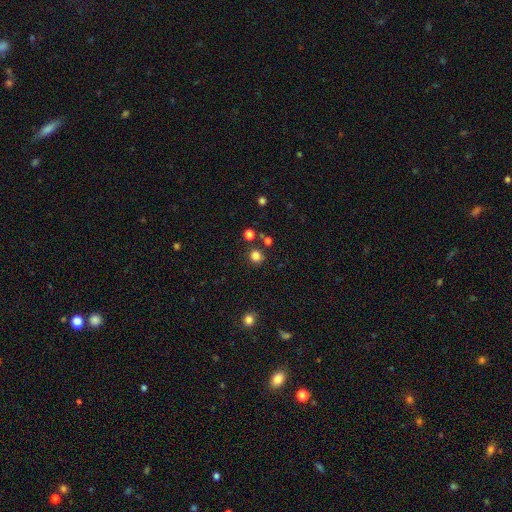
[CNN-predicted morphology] smooth-or-featured: smooth: 81% | star or artifact: 15% | featured or disk: 4%
  how-rounded: round: 89% | in between: 10% | cigar-shaped: 1%
  merging: none: 84% | minor disturbance: 7% | merger: 6% | major disturbance: 3%